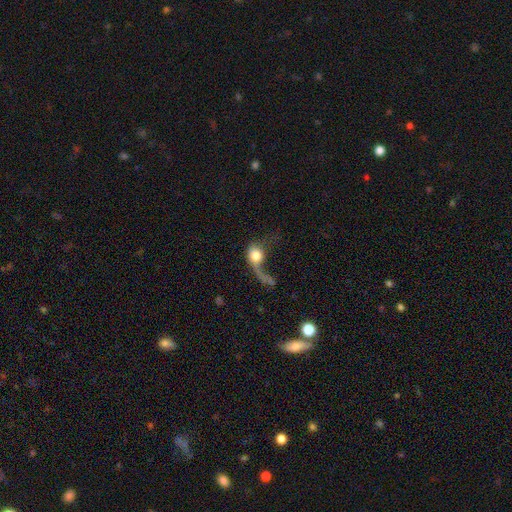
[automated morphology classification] This appears to be a smooth galaxy with no disk features (61%) that is round (60%). Merging: major disturbance (62%).